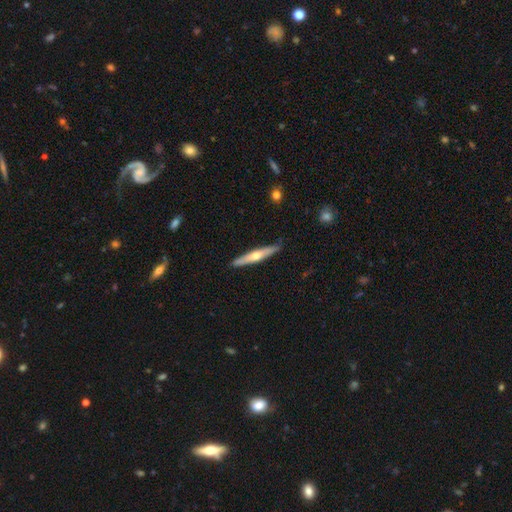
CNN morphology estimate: Smooth or featured? featured or disk (56%)
Edge-on disk? yes (94%)
Edge-on bulge? rounded (88%)
Merging? none (88%)